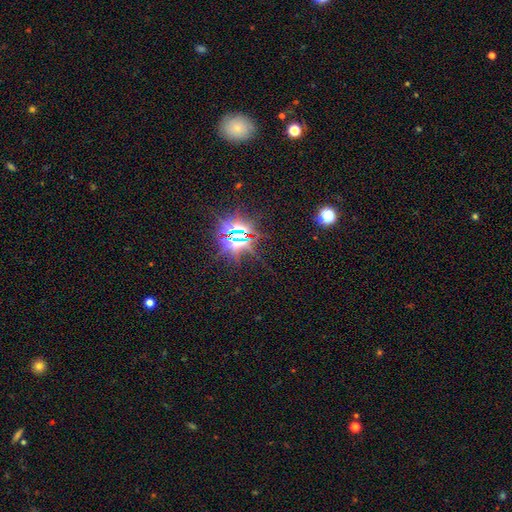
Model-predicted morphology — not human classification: Smooth or featured? Predicted: star or artifact (p=0.85).